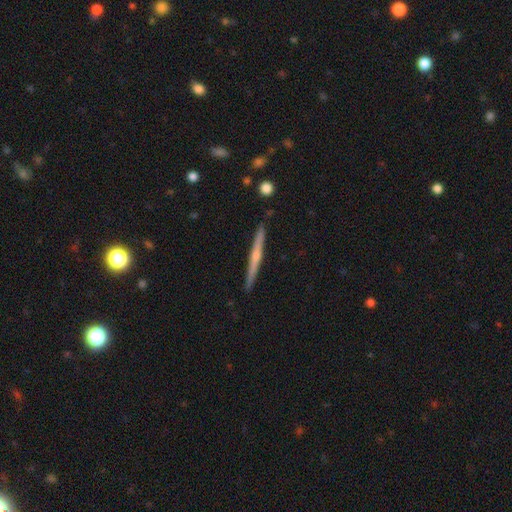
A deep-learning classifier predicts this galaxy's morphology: The model was most divided on "edge-on bulge": rounded: 67%, none: 25%, boxy: 8%. More confident: edge-on disk — yes (97%); merging — none (88%); smooth or featured — featured or disk (68%).